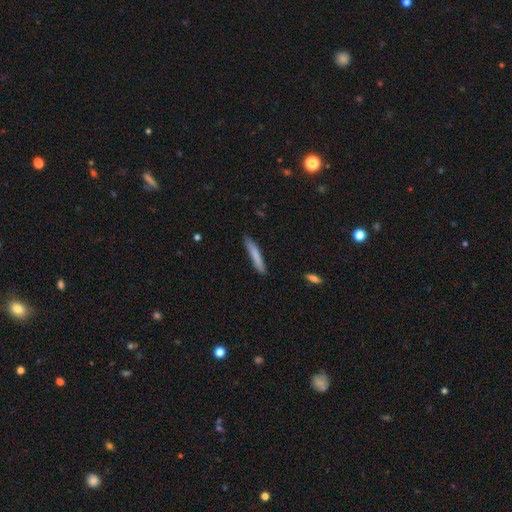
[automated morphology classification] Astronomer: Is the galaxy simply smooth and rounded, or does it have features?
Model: smooth — 77%.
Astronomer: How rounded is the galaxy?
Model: cigar-shaped — 94%.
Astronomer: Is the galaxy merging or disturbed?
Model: none — 83%.